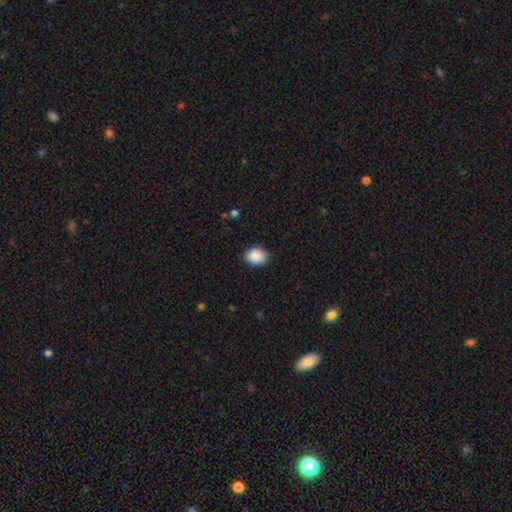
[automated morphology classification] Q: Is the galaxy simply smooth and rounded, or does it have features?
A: smooth — 88%.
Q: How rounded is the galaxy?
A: in between — 58%.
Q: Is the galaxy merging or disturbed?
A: none — 83%.